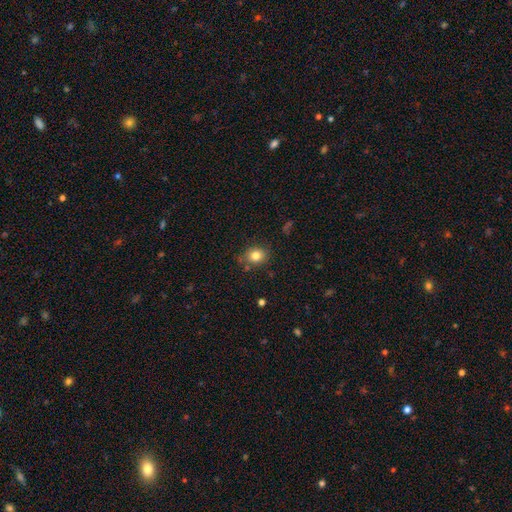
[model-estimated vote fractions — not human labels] This appears to be a smooth galaxy with no disk features (81%) that is round (59%). Merging: none (78%).